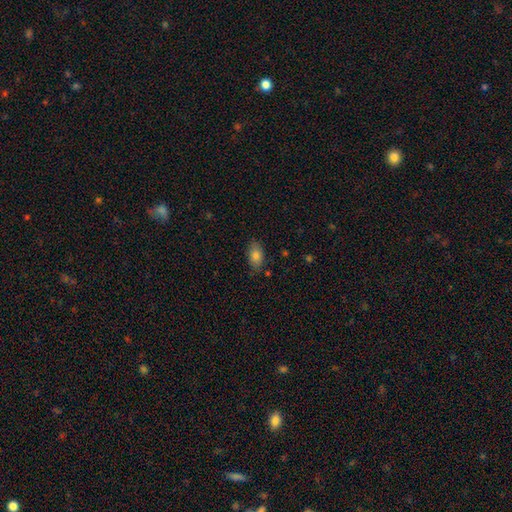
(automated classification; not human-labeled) Q: Smooth or featured?
A: smooth (82%); runner-up: featured or disk (10%)
Q: How rounded?
A: in between (90%); runner-up: round (7%)
Q: Merging?
A: none (80%); runner-up: minor disturbance (16%)